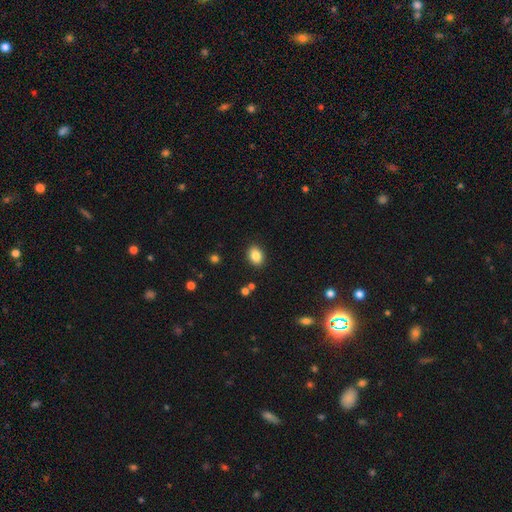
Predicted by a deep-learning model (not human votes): A smooth galaxy with no disk features (85%) that is in between round and cigar-shaped (69%).

Vote fractions:
- Smooth or featured? smooth: 85% / star or artifact: 9% / featured or disk: 6%
- How rounded? in between: 69% / round: 30% / cigar-shaped: 1%
- Merging? none: 88% / minor disturbance: 8% / major disturbance: 2% / merger: 2%